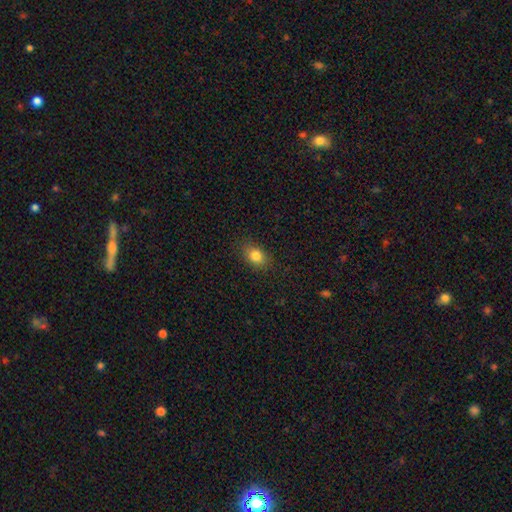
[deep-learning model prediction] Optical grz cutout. It shows a smooth galaxy with no disk features (83%) that is in between round and cigar-shaped (70%). Merging: none (85%).